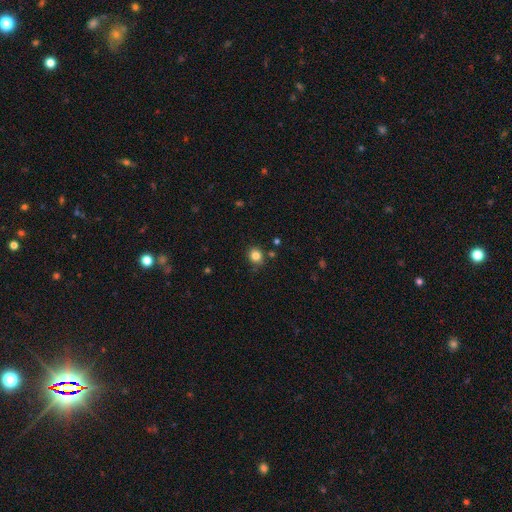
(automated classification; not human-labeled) Smooth or featured? smooth (82%)
How rounded? round (74%)
Merging? none (80%)